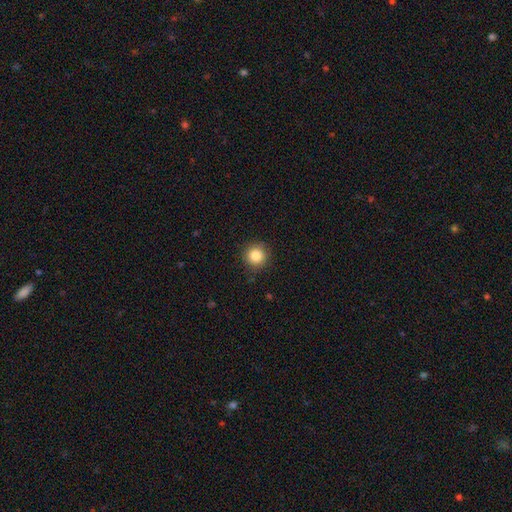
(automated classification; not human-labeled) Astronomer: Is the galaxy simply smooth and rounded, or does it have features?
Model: smooth — 85%.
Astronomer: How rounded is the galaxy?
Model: round — 94%.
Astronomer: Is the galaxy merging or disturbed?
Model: none — 89%.